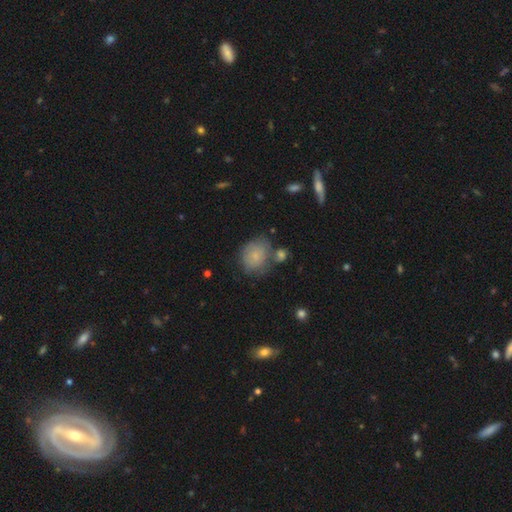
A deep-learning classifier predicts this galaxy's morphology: This appears to be a smooth galaxy with no disk features (72%) that is round (63%). Merging: none (55%).